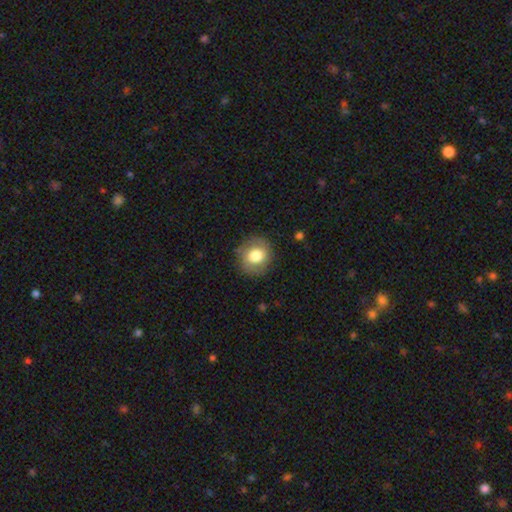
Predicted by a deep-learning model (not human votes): A smooth galaxy with no disk features (75%) that is round (85%). Merging: none (84%).